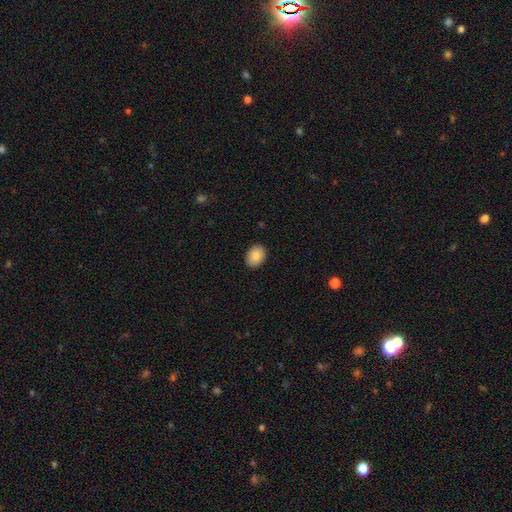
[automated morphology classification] smooth 87%, star or artifact 7%, featured or disk 6%. Down the decision tree: how rounded — in between (72%); merging — none (90%).